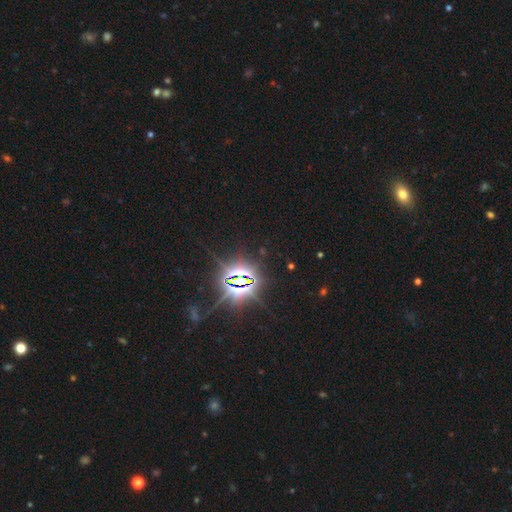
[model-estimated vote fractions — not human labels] smooth_or_featured: star or artifact (p=0.84) [alt: smooth p=0.10]